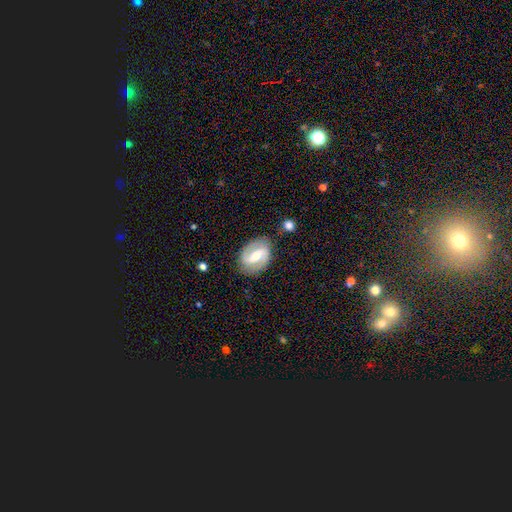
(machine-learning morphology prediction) The model was most divided on "bar": strong: 48%, weak: 39%, no: 12%. Remaining: edge-on disk — no (97%); spiral arms — yes (90%); spiral arm count — 2 (90%); merging — none (81%); smooth or featured — featured or disk (80%); bulge size — moderate (62%); spiral winding — medium (45%).